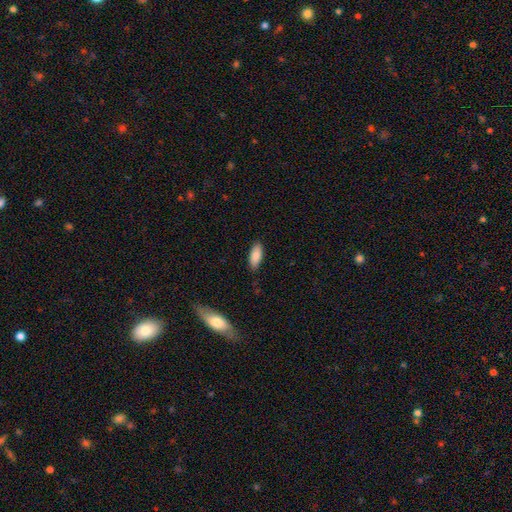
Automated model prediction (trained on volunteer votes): A smooth galaxy with no disk features (85%) that is in between round and cigar-shaped (80%). Merging: none (84%).